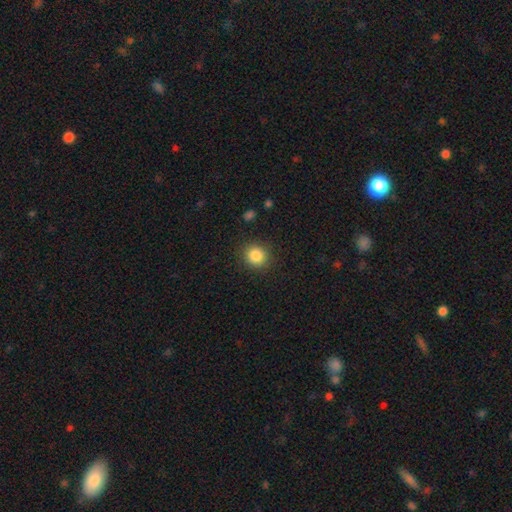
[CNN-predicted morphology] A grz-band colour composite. It shows a smooth galaxy with no disk features (86%) that is round (87%). Merging: none (89%).